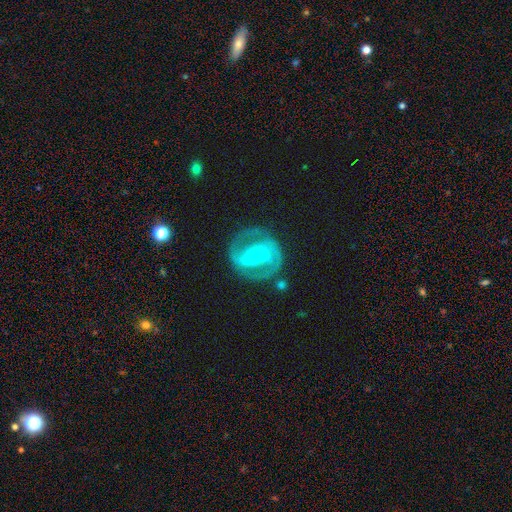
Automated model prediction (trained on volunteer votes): The model was most divided on "bar": strong: 38%, weak: 37%, no: 25%. Remaining: edge-on disk — no (97%); spiral arms — yes (93%); smooth or featured — featured or disk (87%); spiral arm count — 2 (86%); merging — none (76%); bulge size — small (58%); spiral winding — tight (48%).